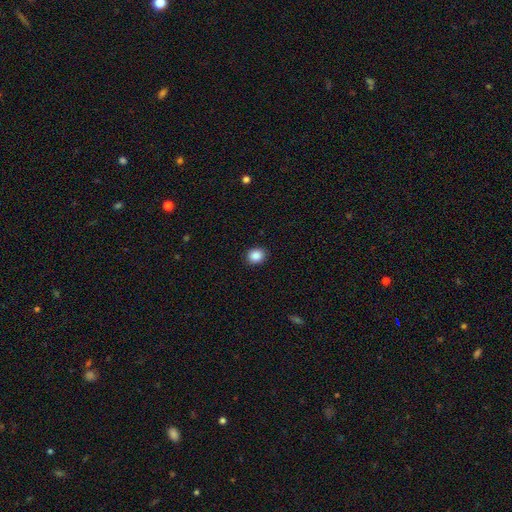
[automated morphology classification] smooth 88%, star or artifact 9%, featured or disk 3%. Down the decision tree: how rounded — round (69%); merging — none (90%).